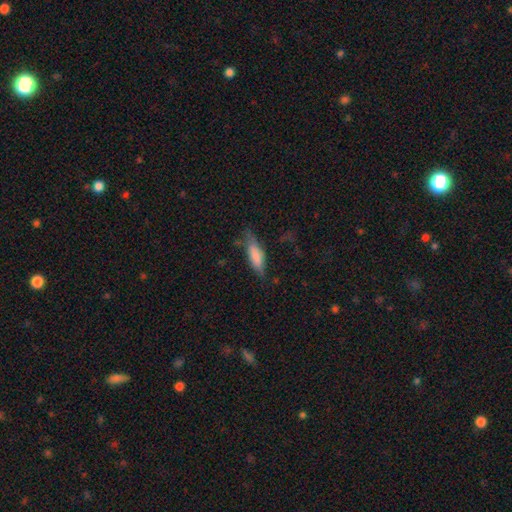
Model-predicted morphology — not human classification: The model was most divided on "how rounded": in between: 50%, cigar-shaped: 48%, round: 2%. More confident: smooth or featured — smooth (75%); merging — none (58%).